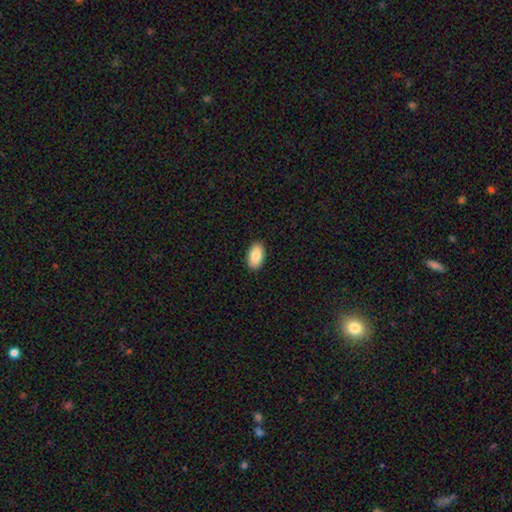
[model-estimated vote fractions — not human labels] This is clearly a smooth galaxy (85%). How rounded: clearly in between (94%). Merging: clearly none (90%).